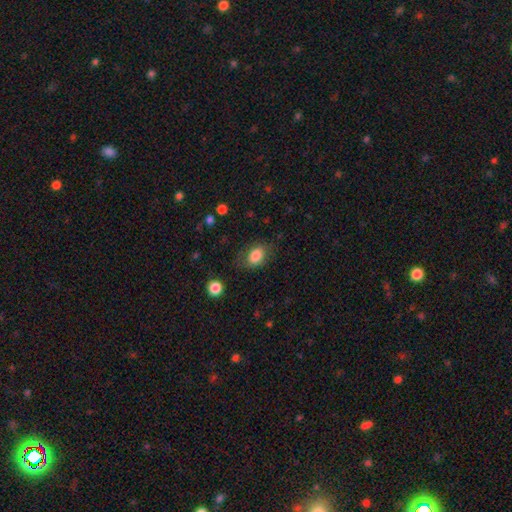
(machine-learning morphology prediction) Overall: smooth (84%). How rounded: in between (77%). Merging: none (72%).